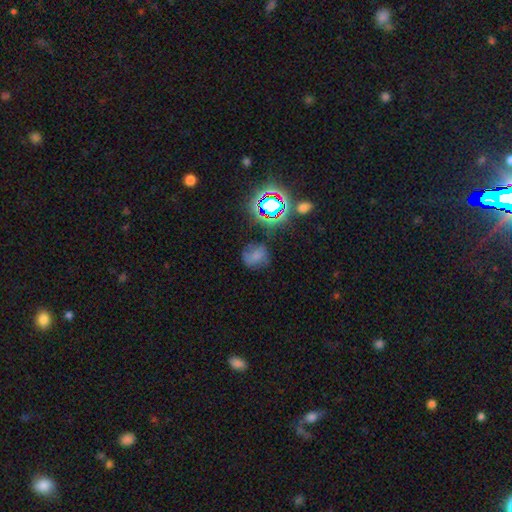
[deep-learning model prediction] This is possibly a smooth galaxy (55%). How rounded: likely round (64%). Merging: possibly none (57%).